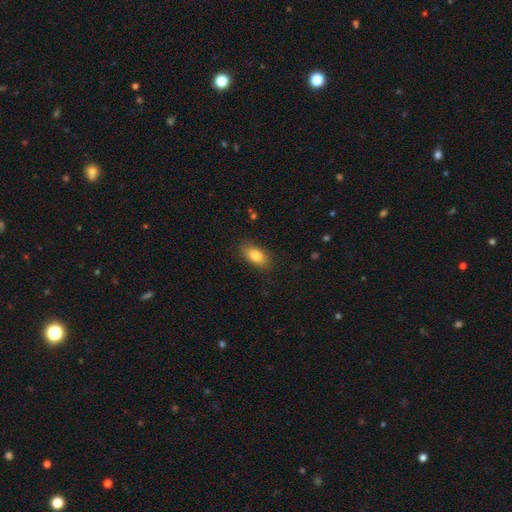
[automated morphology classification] The model was most divided on "merging": none: 83%, minor disturbance: 13%, major disturbance: 3%, merger: 1%. More confident: how rounded — in between (88%); smooth or featured — smooth (83%).